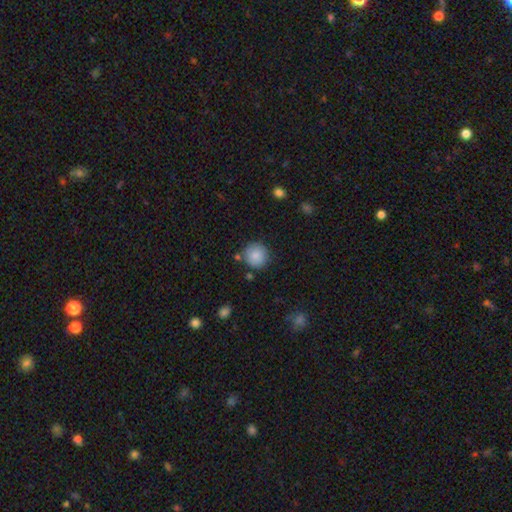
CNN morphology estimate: The model was most divided on "merging": none: 82%, minor disturbance: 11%, merger: 4%, major disturbance: 3%. More confident: how rounded — round (93%); smooth or featured — smooth (86%).